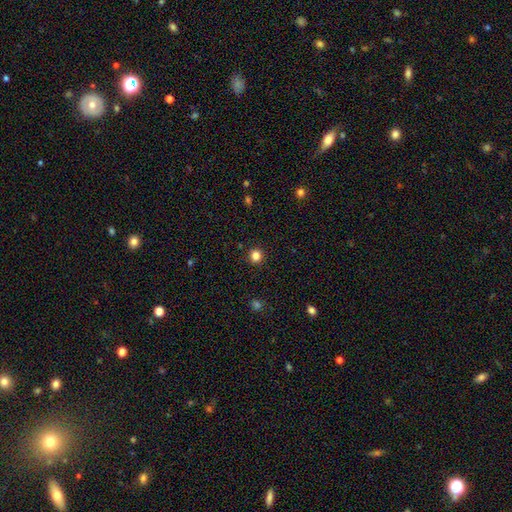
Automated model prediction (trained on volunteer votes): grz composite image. It shows a smooth galaxy with no disk features (83%) that is round (94%). Merging: none (93%).